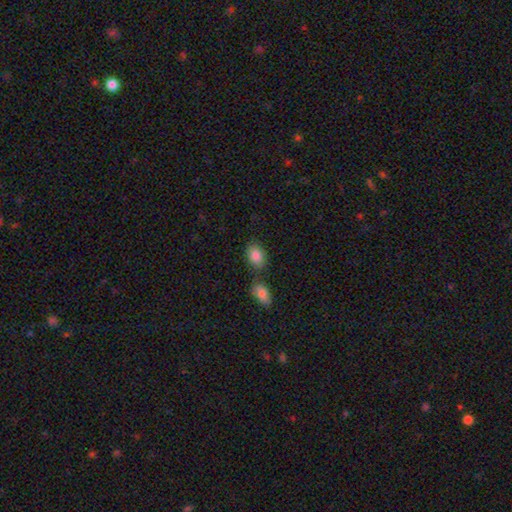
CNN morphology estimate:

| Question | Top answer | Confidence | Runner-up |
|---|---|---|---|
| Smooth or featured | smooth | 86% | star or artifact (8%) |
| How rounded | in between | 82% | round (17%) |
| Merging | none | 69% | merger (14%) |